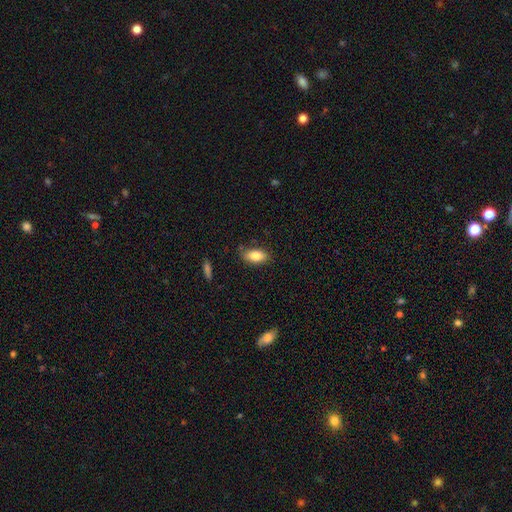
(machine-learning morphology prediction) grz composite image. It shows a smooth galaxy with no disk features (82%) that is in between round and cigar-shaped (88%). Merging: none (79%).